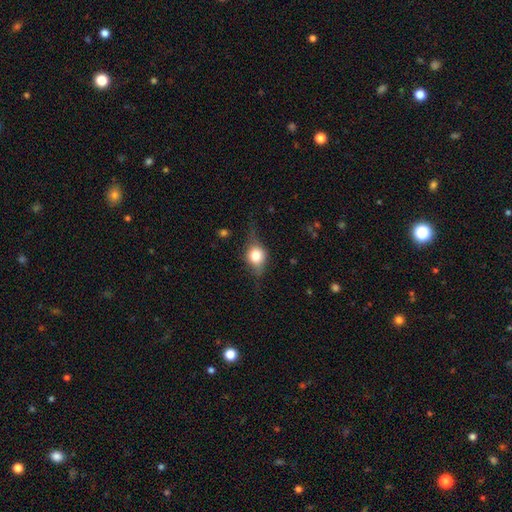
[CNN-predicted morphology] type=smooth (51%); roundness=round (56%); merging=none (66%).